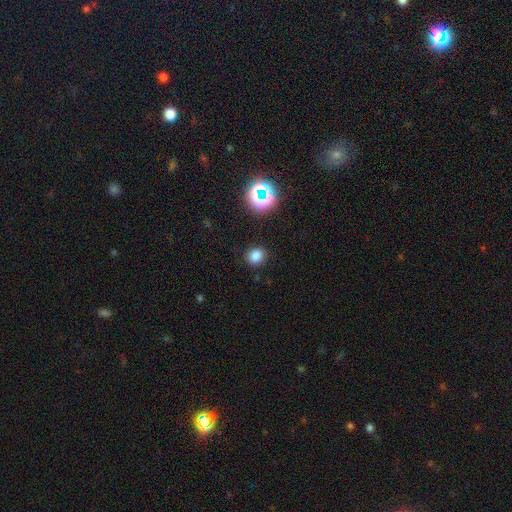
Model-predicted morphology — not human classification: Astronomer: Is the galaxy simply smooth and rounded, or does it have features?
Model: smooth — 78%.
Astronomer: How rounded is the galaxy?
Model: round — 71%.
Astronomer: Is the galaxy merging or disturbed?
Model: none — 88%.